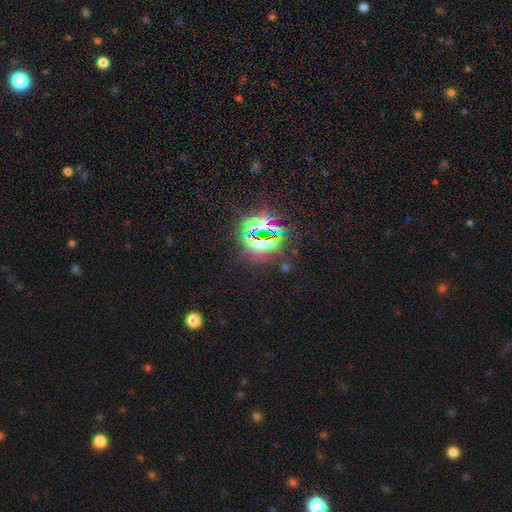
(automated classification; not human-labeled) smooth-or-featured: star or artifact: 80% | featured or disk: 11% | smooth: 10%